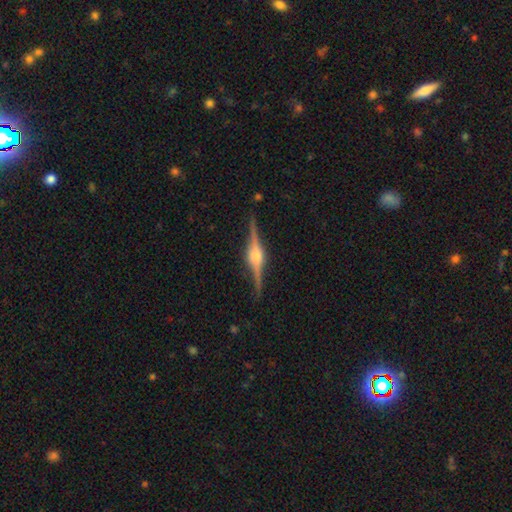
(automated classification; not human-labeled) The model was most divided on "edge-on bulge": rounded: 85%, boxy: 13%, none: 2%. More confident: edge-on disk — yes (98%); merging — none (88%); smooth or featured — featured or disk (88%).